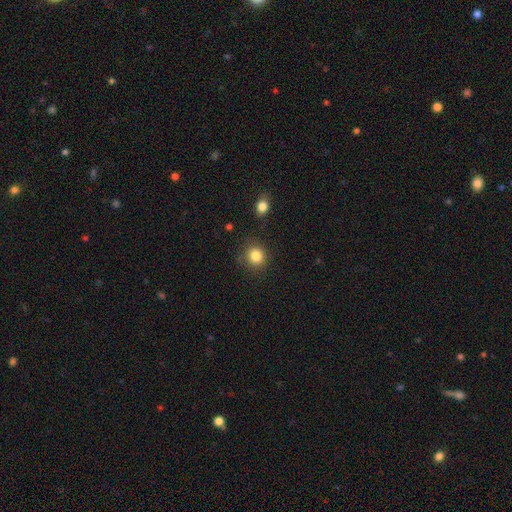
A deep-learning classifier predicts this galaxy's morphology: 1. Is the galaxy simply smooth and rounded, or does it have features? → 85% smooth, 10% star or artifact, 5% featured or disk.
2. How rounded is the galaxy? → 88% round, 11% in between, 1% cigar-shaped.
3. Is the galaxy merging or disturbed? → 85% none, 10% minor disturbance, 3% major disturbance, 3% merger.